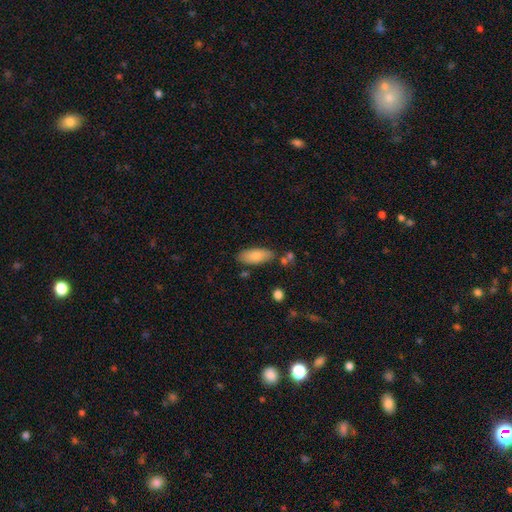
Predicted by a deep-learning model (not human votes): Overall: smooth (82%). How rounded: in between (83%). Merging: none (77%).